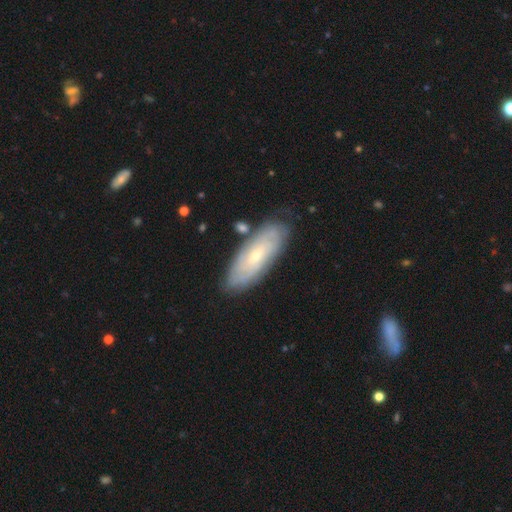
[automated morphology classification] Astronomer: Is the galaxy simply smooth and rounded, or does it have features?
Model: featured or disk — 62%.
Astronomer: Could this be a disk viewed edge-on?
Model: no — 84%.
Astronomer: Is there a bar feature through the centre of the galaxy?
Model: no — 69%.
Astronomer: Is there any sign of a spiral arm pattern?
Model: yes — 77%.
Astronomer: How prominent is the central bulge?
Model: small — 65%.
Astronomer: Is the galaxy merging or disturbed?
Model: none — 79%.